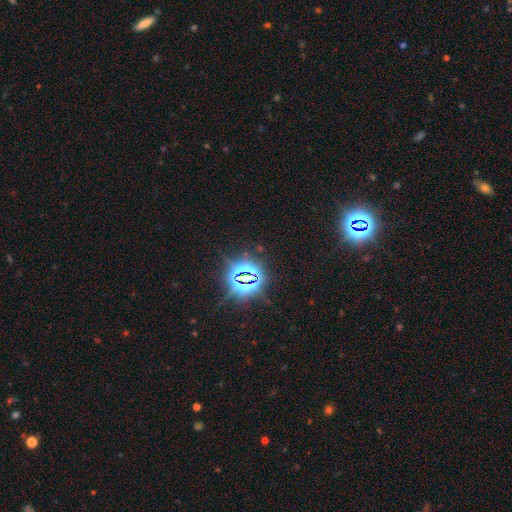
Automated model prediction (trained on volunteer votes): This is clearly a star or artifact rather than a galaxy (81%).